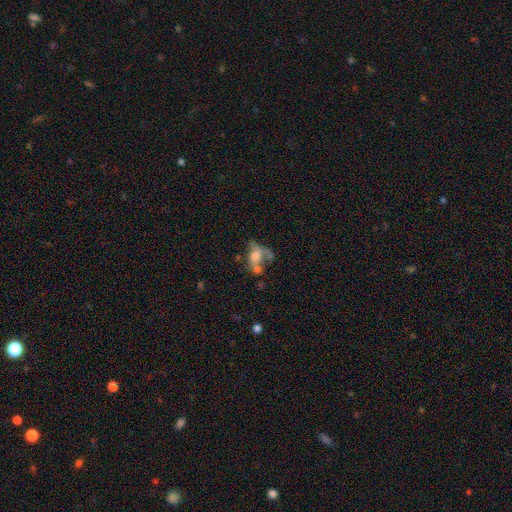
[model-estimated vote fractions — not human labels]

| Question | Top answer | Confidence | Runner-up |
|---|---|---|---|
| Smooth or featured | smooth | 45% | featured or disk (42%) |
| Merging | merger | 34% | major disturbance (32%) |